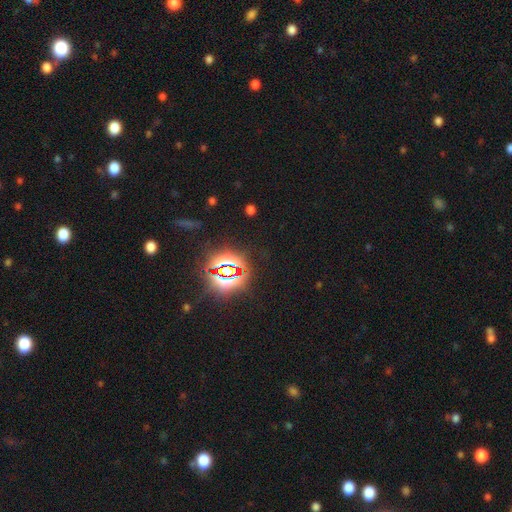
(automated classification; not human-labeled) smooth_or_featured: star or artifact (p=0.84) [alt: smooth p=0.11]